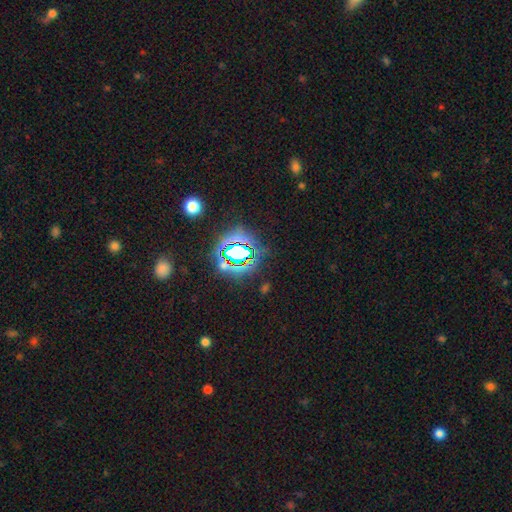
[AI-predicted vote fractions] A star or artifact, not a galaxy (81%).